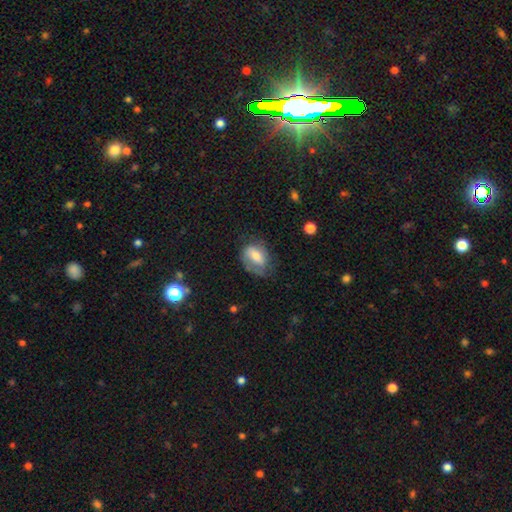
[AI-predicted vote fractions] Smooth or featured: smooth — 54% (featured or disk — 38%)
How rounded: in between — 80% (round — 17%)
Merging: none — 56% (minor disturbance — 26%)